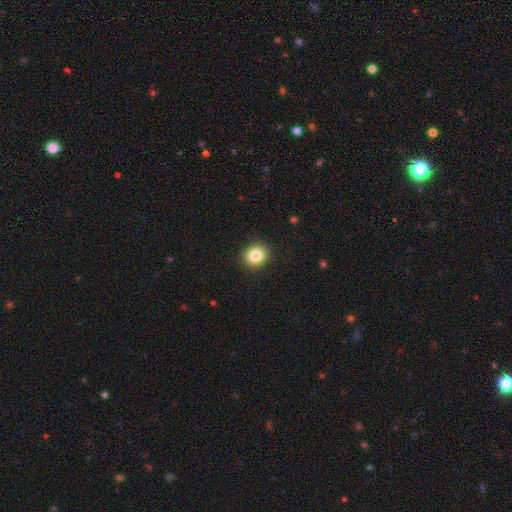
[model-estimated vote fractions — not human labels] smooth_or_featured: smooth (p=0.84) [alt: star or artifact p=0.10]
how_rounded: round (p=0.74) [alt: in between p=0.25]
merging: none (p=0.91) [alt: minor disturbance p=0.06]